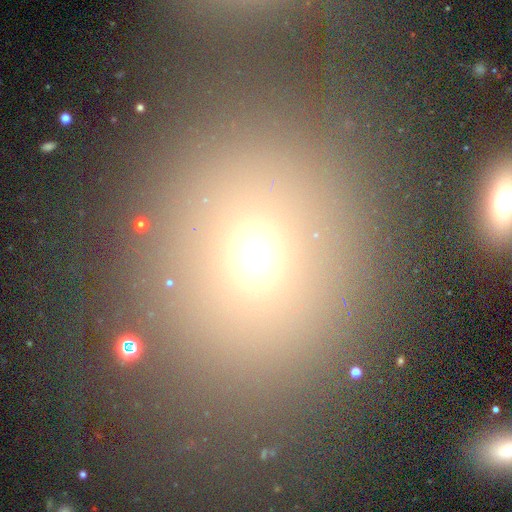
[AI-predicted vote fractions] Smooth or featured?
  - smooth: 65% *
  - star or artifact: 24%
  - featured or disk: 11%
How rounded?
  - round: 75% *
  - in between: 23%
  - cigar-shaped: 2%
Merging?
  - none: 79% *
  - minor disturbance: 10%
  - merger: 6%
  - major disturbance: 6%